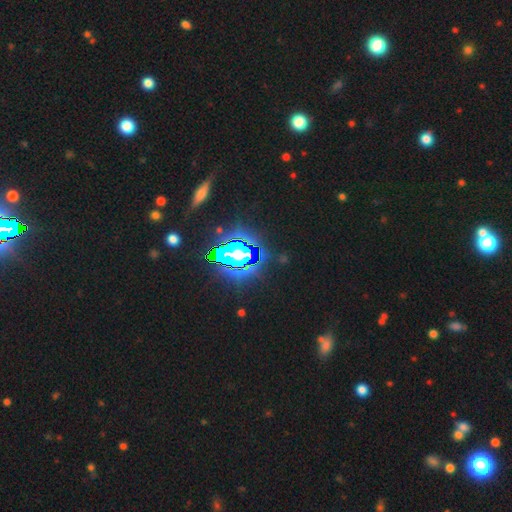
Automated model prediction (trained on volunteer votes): Overall: star or artifact (71%).